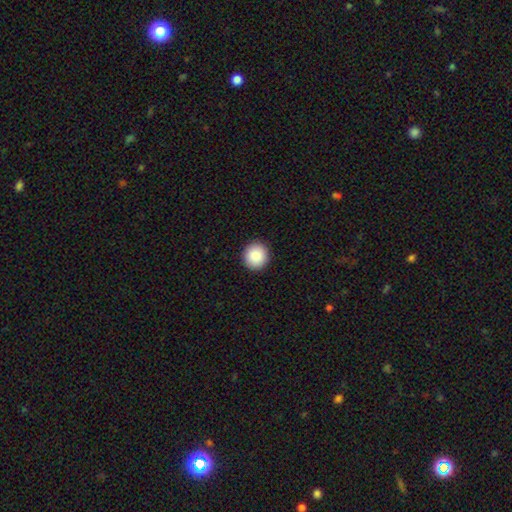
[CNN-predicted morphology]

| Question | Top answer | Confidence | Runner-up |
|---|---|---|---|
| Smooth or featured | smooth | 89% | star or artifact (8%) |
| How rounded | round | 94% | in between (5%) |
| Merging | none | 93% | minor disturbance (4%) |